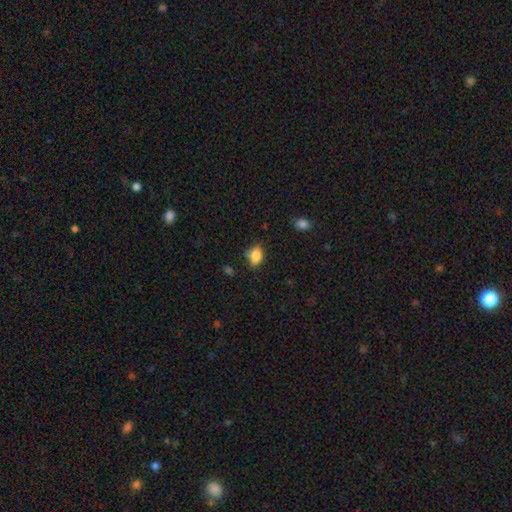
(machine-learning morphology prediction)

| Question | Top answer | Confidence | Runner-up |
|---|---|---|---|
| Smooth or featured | smooth | 84% | star or artifact (9%) |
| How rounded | in between | 77% | round (21%) |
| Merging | none | 66% | minor disturbance (25%) |